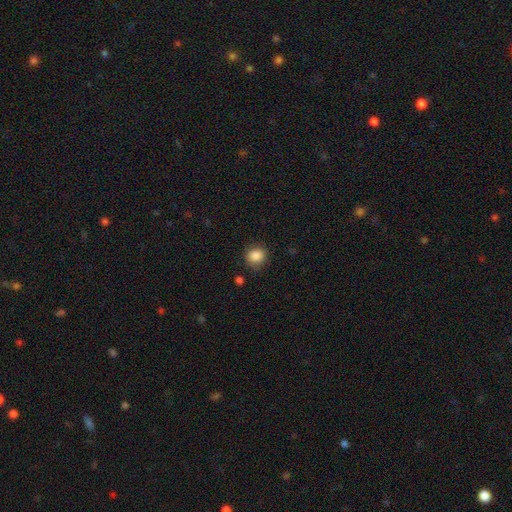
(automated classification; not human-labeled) The model was most divided on "how rounded": round: 77%, in between: 22%, cigar-shaped: 1%. More confident: smooth or featured — smooth (86%); merging — none (82%).